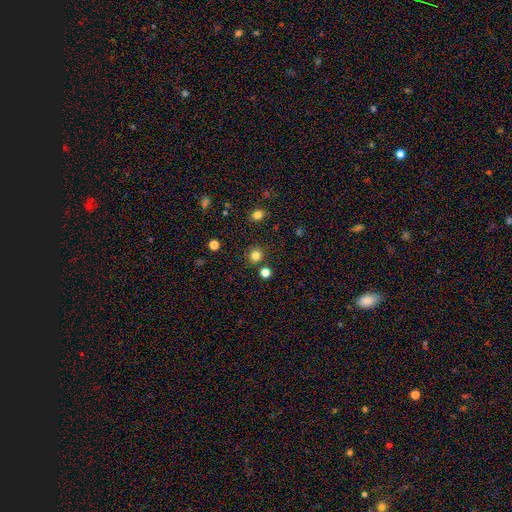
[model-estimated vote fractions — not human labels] The model was most divided on "smooth or featured": smooth: 81%, star or artifact: 15%, featured or disk: 5%. More confident: how rounded — round (91%); merging — none (86%).